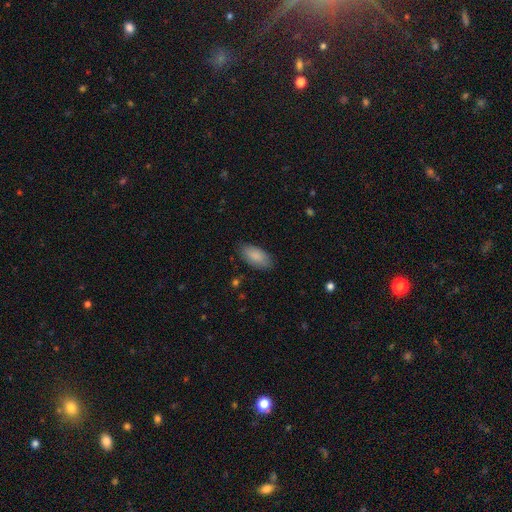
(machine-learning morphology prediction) Overall: smooth (87%). How rounded: in between (93%). Merging: none (84%).